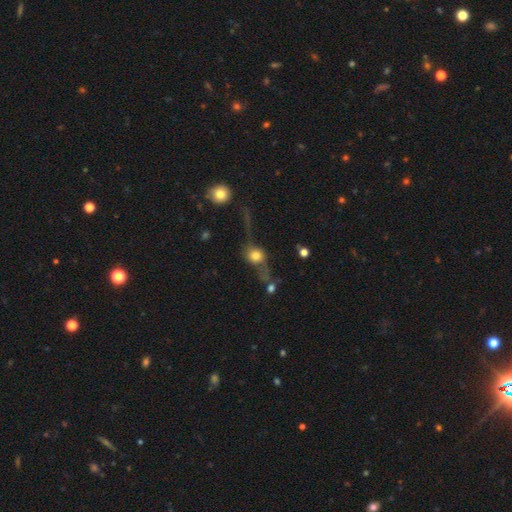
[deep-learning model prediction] Smooth or featured?
  - smooth: 52% *
  - featured or disk: 36%
  - star or artifact: 12%
How rounded?
  - round: 65% *
  - in between: 29%
  - cigar-shaped: 6%
Merging?
  - none: 33% * (tied)
  - major disturbance: 33% * (tied)
  - minor disturbance: 17%
  - merger: 16%